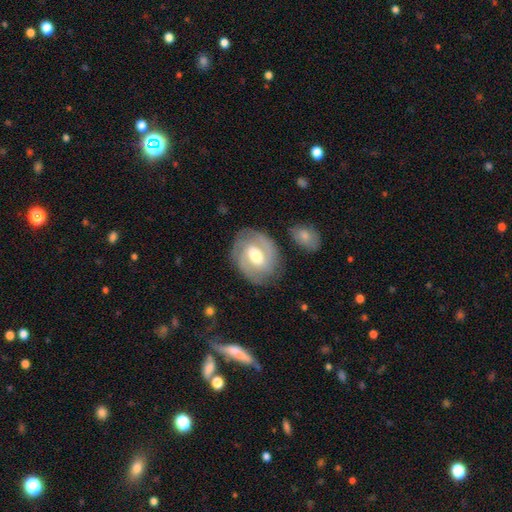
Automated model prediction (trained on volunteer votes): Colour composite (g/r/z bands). It shows a featured or disk galaxy (76%) with a weak bar (50%), 2 (71%) tight (54%) spiral arms (87%) and a moderate central bulge (68%). Merging: none (78%).